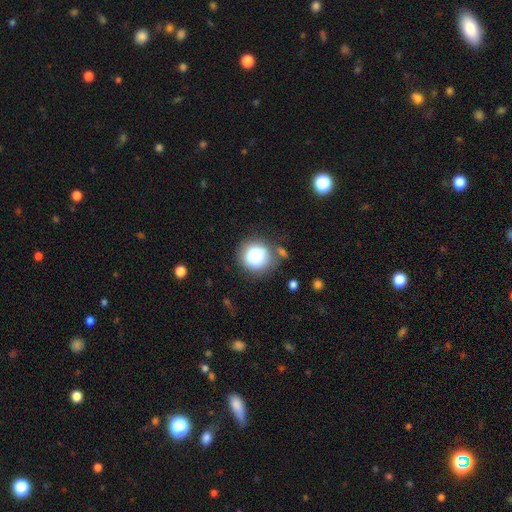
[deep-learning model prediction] Smooth or featured: smooth — 82% (featured or disk — 9%)
How rounded: round — 90% (in between — 9%)
Merging: none — 73% (minor disturbance — 14%)